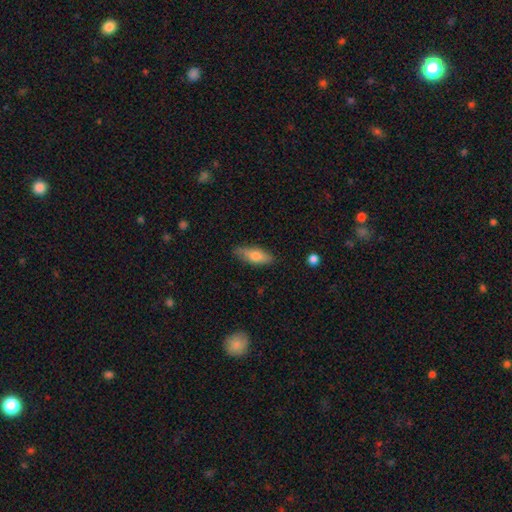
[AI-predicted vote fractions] The model was most divided on "how rounded": in between: 59%, cigar-shaped: 39%, round: 3%. More confident: merging — none (80%); smooth or featured — smooth (70%).